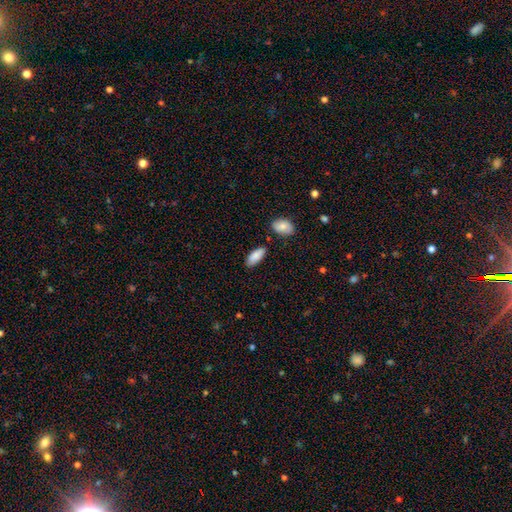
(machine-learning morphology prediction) A smooth galaxy with no disk features (86%) that is in between round and cigar-shaped (82%).

Vote fractions:
- Smooth or featured? smooth: 86% / featured or disk: 8% / star or artifact: 6%
- How rounded? in between: 82% / cigar-shaped: 16% / round: 2%
- Merging? none: 81% / minor disturbance: 12% / merger: 4% / major disturbance: 3%